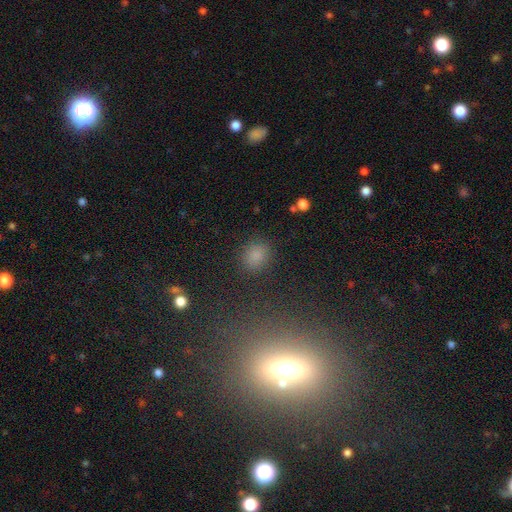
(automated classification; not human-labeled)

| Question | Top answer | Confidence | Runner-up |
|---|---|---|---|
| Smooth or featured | smooth | 80% | star or artifact (15%) |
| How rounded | round | 61% | in between (38%) |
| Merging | none | 85% | minor disturbance (9%) |